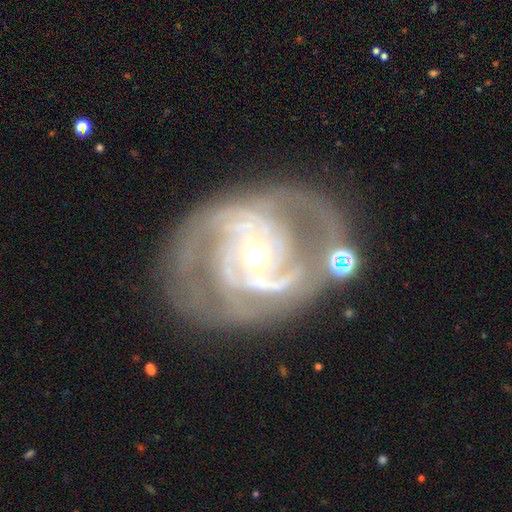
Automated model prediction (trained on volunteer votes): Overall: featured or disk (90%). Edge-on disk: no (97%). Bar: no (52%; weak 32%). Spiral arms: yes (96%). Spiral arm count: 2 (36%; 3 28%). Spiral winding: tight (52%; medium 39%). Bulge size: moderate (53%; small 42%). Merging: none (62%).